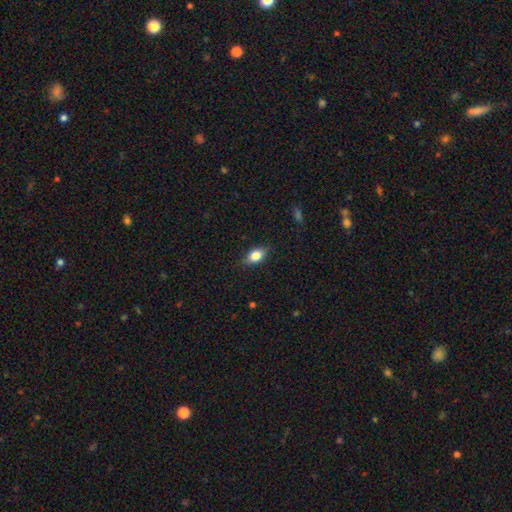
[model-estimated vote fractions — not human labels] A smooth galaxy with no disk features (78%) that is in between round and cigar-shaped (80%). Merging: none (82%).